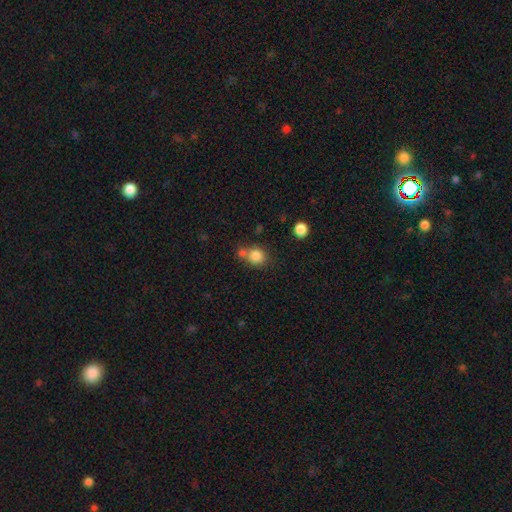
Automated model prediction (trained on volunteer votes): A smooth galaxy with no disk features (83%) that is round (82%).

Vote fractions:
- Smooth or featured? smooth: 83% / star or artifact: 10% / featured or disk: 6%
- How rounded? round: 82% / in between: 17% / cigar-shaped: 1%
- Merging? none: 55% / merger: 31% / minor disturbance: 10% / major disturbance: 4%